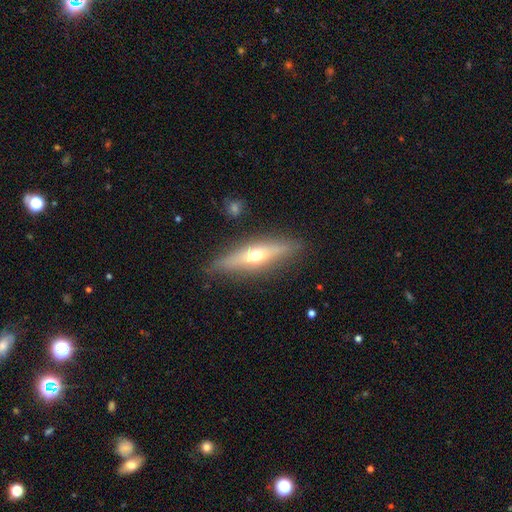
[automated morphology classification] featured or disk 58%, smooth 36%, star or artifact 7%. Down the decision tree: edge-on disk — yes (87%); edge-on bulge — rounded (90%); merging — none (86%).